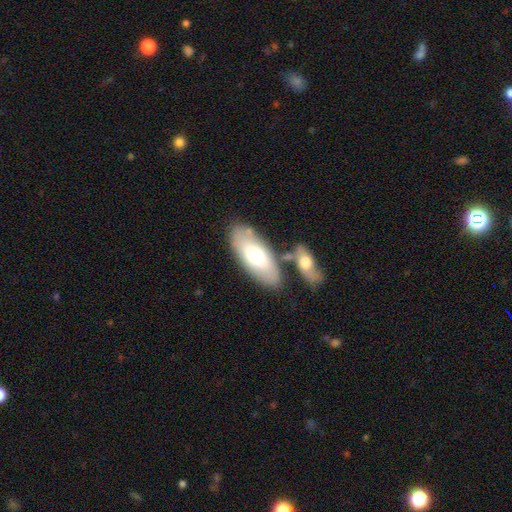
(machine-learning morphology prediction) Smooth or featured? smooth (64%)
How rounded? in between (84%)
Merging? none (66%)